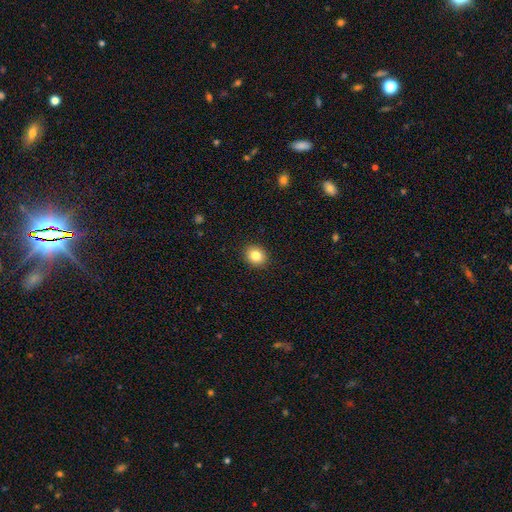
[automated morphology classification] Smooth or featured? Predicted: smooth (p=0.84). How rounded? Predicted: round (p=0.73). Merging? Predicted: none (p=0.91).